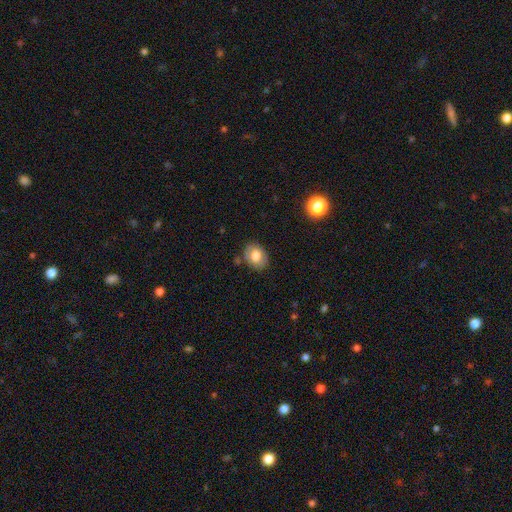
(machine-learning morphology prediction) A smooth galaxy with no disk features (74%) that is in between round and cigar-shaped (64%).

Vote fractions:
- Smooth or featured? smooth: 74% / featured or disk: 17% / star or artifact: 8%
- How rounded? in between: 64% / round: 35% / cigar-shaped: 1%
- Merging? none: 80% / minor disturbance: 14% / merger: 3% / major disturbance: 3%